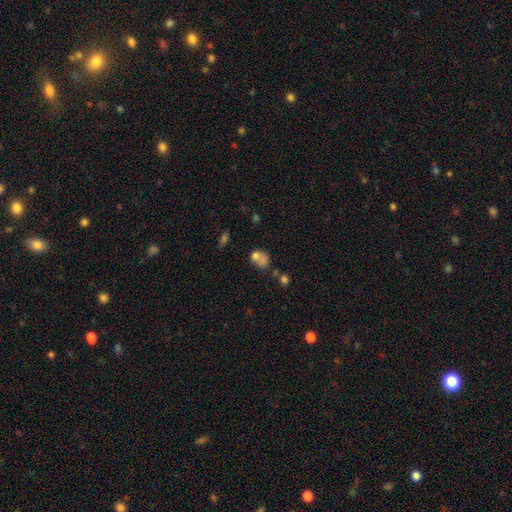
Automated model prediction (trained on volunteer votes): Smooth or featured: smooth — 72% (featured or disk — 16%)
How rounded: in between — 50% (round — 49%)
Merging: merger — 36% (none — 31%)